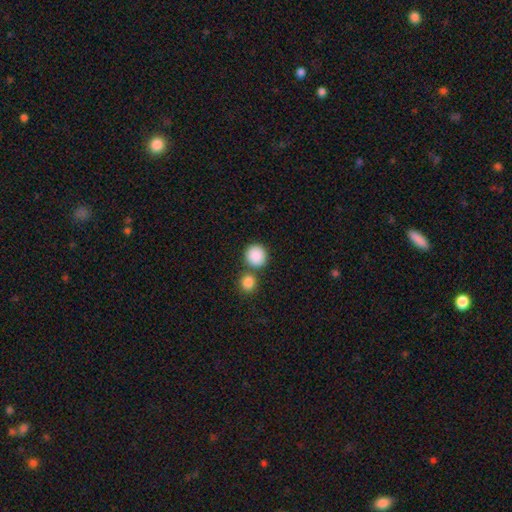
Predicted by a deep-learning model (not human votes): The model was most divided on "merging": none: 69%, merger: 20%, minor disturbance: 8%, major disturbance: 3%. More confident: how rounded — round (92%); smooth or featured — smooth (89%).